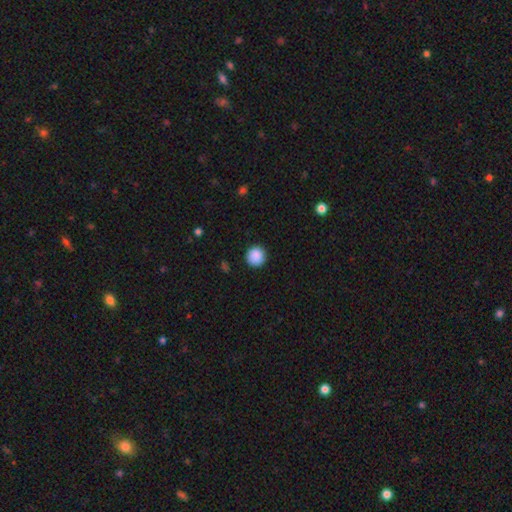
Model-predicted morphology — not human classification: smooth 89%, star or artifact 8%, featured or disk 3%. Down the decision tree: how rounded — round (94%); merging — none (90%).